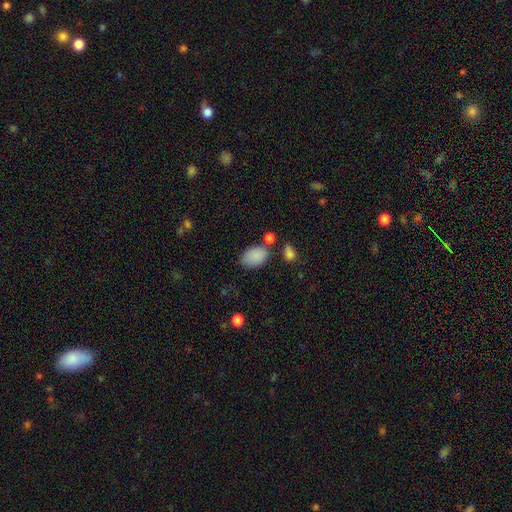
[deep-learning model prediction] Q: Smooth or featured?
A: smooth (88%); runner-up: star or artifact (7%)
Q: How rounded?
A: in between (92%); runner-up: round (6%)
Q: Merging?
A: none (69%); runner-up: minor disturbance (16%)